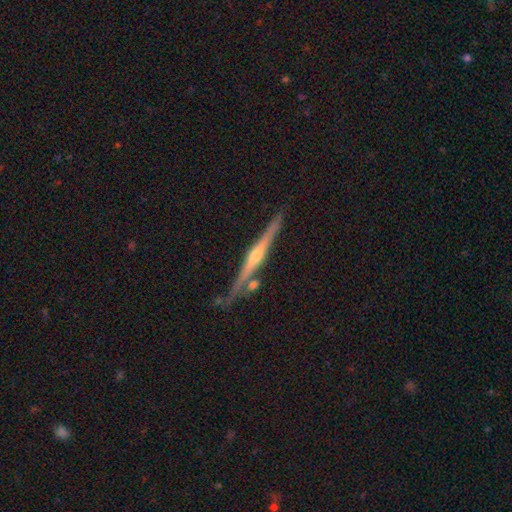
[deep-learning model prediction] The model was most divided on "smooth or featured": featured or disk: 83%, smooth: 12%, star or artifact: 6%. More confident: edge-on disk — yes (98%); edge-on bulge — rounded (84%); merging — none (82%).